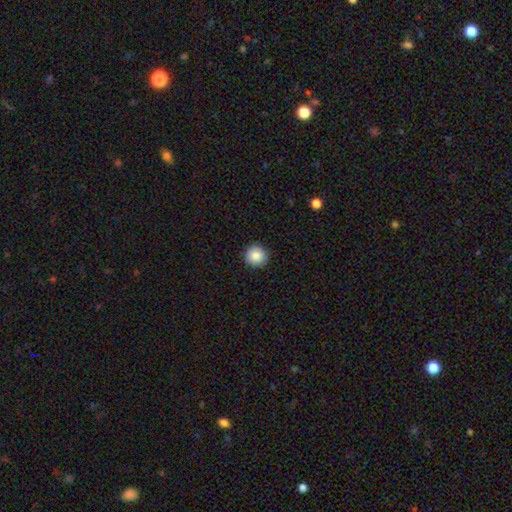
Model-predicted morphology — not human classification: Smooth or featured? smooth (86%)
How rounded? round (94%)
Merging? none (91%)